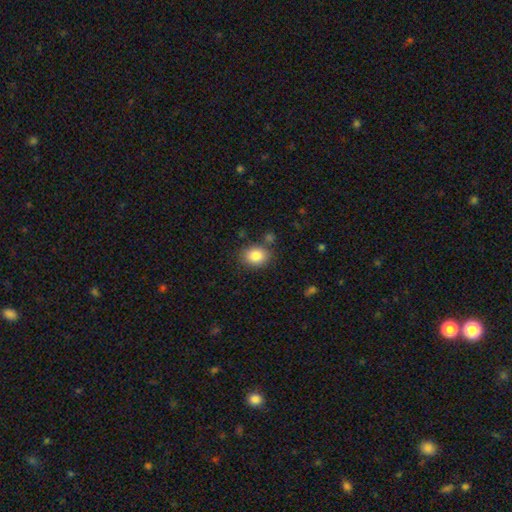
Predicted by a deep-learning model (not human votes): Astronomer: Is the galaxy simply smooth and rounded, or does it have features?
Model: smooth — 85%.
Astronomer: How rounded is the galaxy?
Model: in between — 54% (runner-up: round, 45%).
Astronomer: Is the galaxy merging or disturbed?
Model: none — 80%.